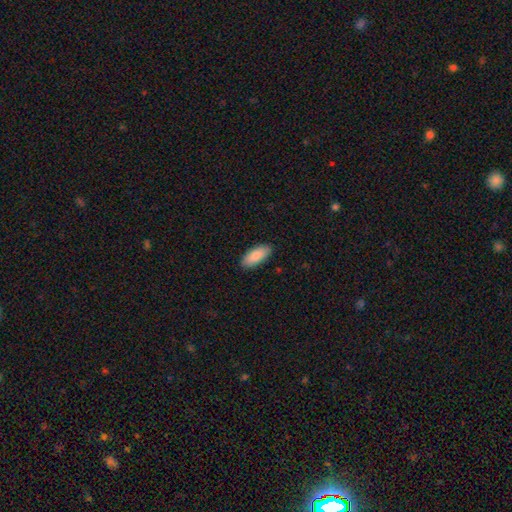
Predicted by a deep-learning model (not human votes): This is clearly a smooth galaxy (89%). How rounded: clearly in between (84%). Merging: clearly none (90%).